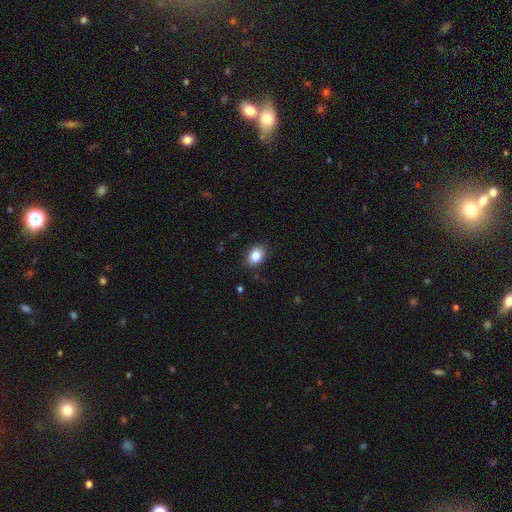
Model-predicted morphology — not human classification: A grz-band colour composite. It shows a smooth galaxy with no disk features (85%) that is in between round and cigar-shaped (69%). Merging: none (85%).